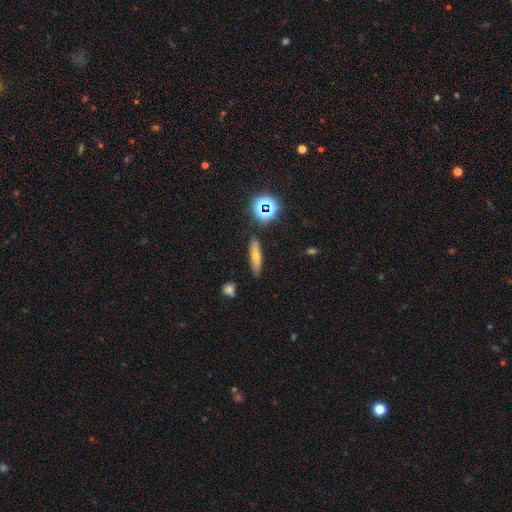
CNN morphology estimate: Smooth or featured? smooth (59%)
How rounded? cigar-shaped (72%)
Merging? none (81%)